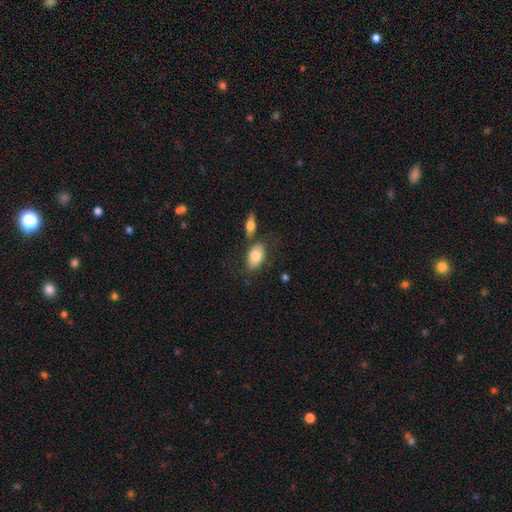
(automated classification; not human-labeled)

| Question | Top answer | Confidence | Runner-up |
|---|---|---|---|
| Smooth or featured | smooth | 79% | featured or disk (15%) |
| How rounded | in between | 90% | round (8%) |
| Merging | none | 65% | merger (17%) |